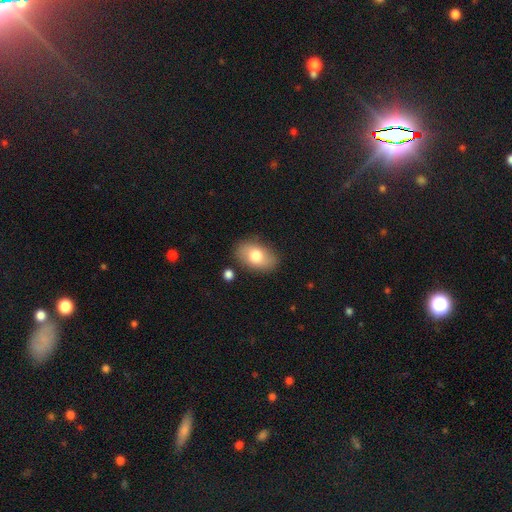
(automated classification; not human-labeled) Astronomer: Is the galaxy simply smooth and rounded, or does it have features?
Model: smooth — 76%.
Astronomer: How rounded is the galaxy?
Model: in between — 88%.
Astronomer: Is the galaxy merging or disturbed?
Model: none — 82%.